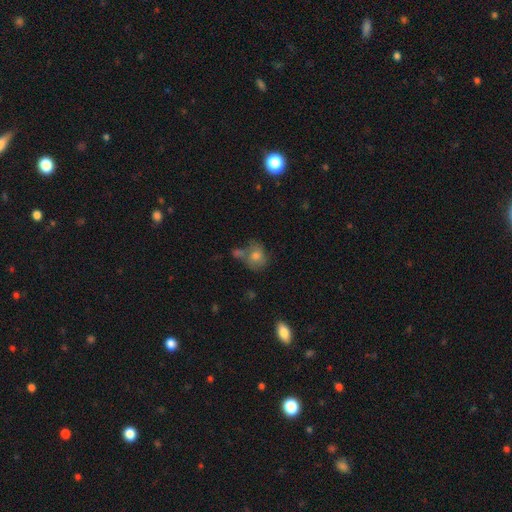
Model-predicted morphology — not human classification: A smooth galaxy with no disk features (67%) that is round (62%).

Vote fractions:
- Smooth or featured? smooth: 67% / featured or disk: 21% / star or artifact: 12%
- How rounded? round: 62% / in between: 36% / cigar-shaped: 1%
- Merging? none: 48% / merger: 25% / minor disturbance: 19% / major disturbance: 9%